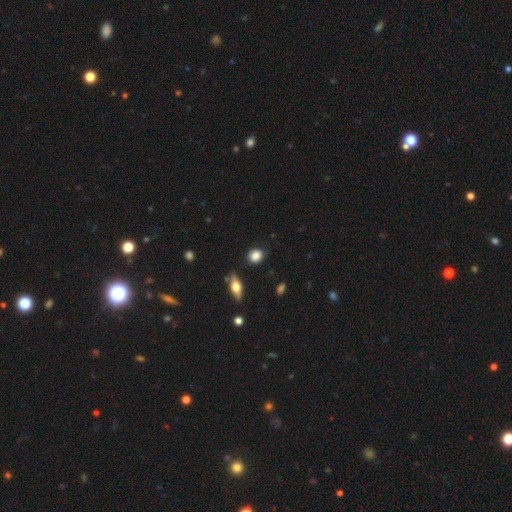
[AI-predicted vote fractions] smooth 85%, star or artifact 9%, featured or disk 7%. Down the decision tree: how rounded — round (67%); merging — none (85%).